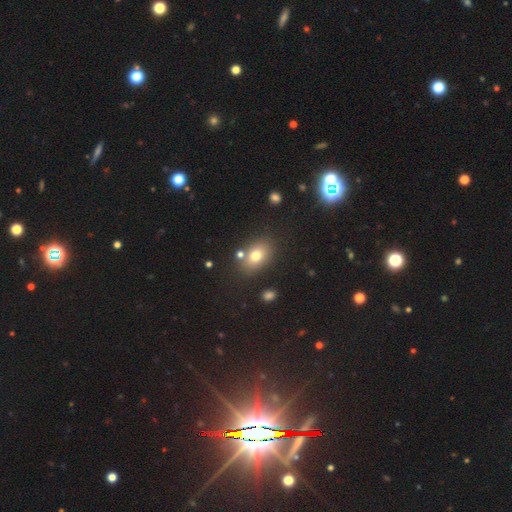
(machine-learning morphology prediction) This appears to be a smooth galaxy with no disk features (75%) that is in between round and cigar-shaped (73%). Merging: none (76%).